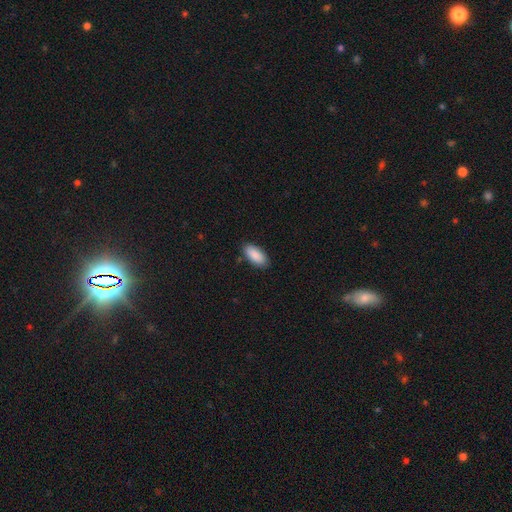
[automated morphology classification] A smooth galaxy with no disk features (90%) that is in between round and cigar-shaped (91%).

Vote fractions:
- Smooth or featured? smooth: 90% / star or artifact: 6% / featured or disk: 4%
- How rounded? in between: 91% / cigar-shaped: 7% / round: 2%
- Merging? none: 86% / minor disturbance: 11% / major disturbance: 2% / merger: 1%